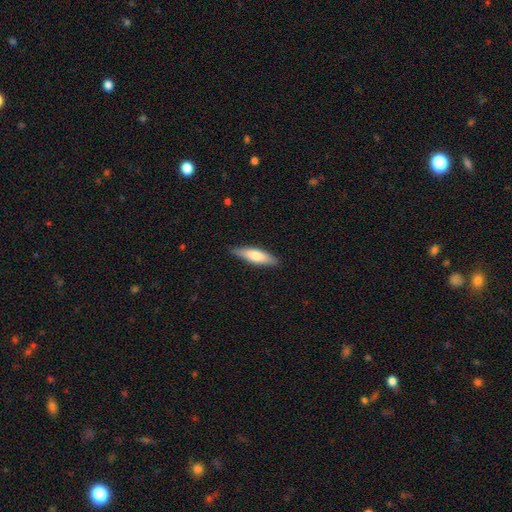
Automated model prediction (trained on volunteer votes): A smooth galaxy with no disk features (67%) that is cigar-shaped (61%). Merging: none (85%).